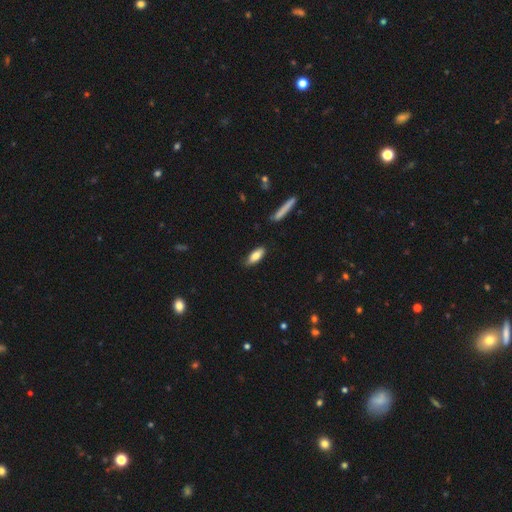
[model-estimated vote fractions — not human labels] smooth-or-featured: smooth: 82% | featured or disk: 12% | star or artifact: 6%
  how-rounded: in between: 74% | cigar-shaped: 24% | round: 2%
  merging: none: 83% | minor disturbance: 13% | major disturbance: 2% | merger: 2%